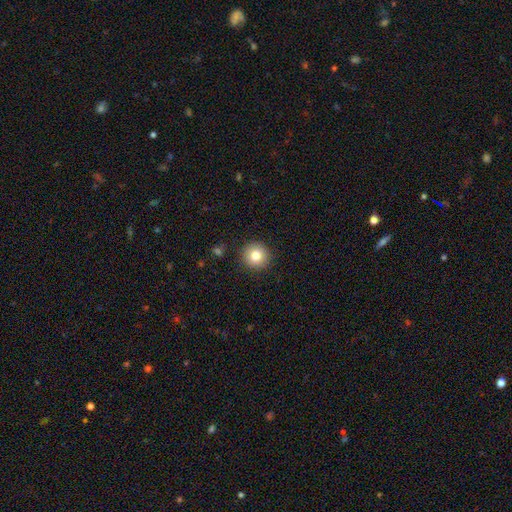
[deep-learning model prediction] smooth 81%, star or artifact 10%, featured or disk 9%. Down the decision tree: how rounded — round (95%); merging — none (91%).